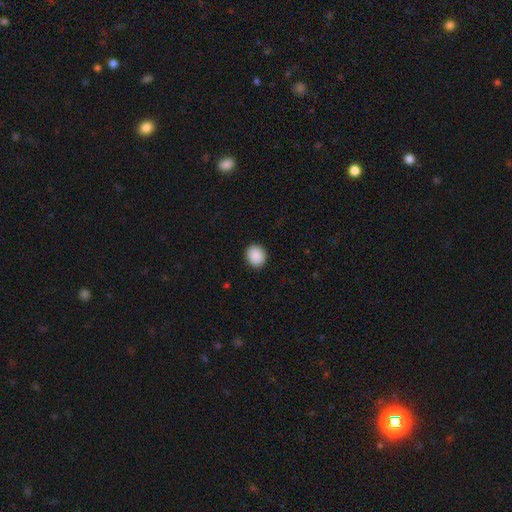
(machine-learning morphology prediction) Q: Smooth or featured?
A: smooth (90%); runner-up: star or artifact (8%)
Q: How rounded?
A: round (76%); runner-up: in between (23%)
Q: Merging?
A: none (91%); runner-up: minor disturbance (6%)